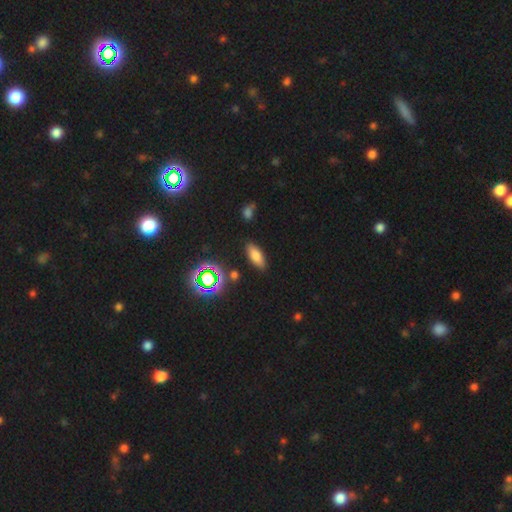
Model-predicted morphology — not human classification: Q: Smooth or featured?
A: smooth (71%); runner-up: star or artifact (18%)
Q: How rounded?
A: in between (76%); runner-up: cigar-shaped (19%)
Q: Merging?
A: none (86%); runner-up: minor disturbance (9%)